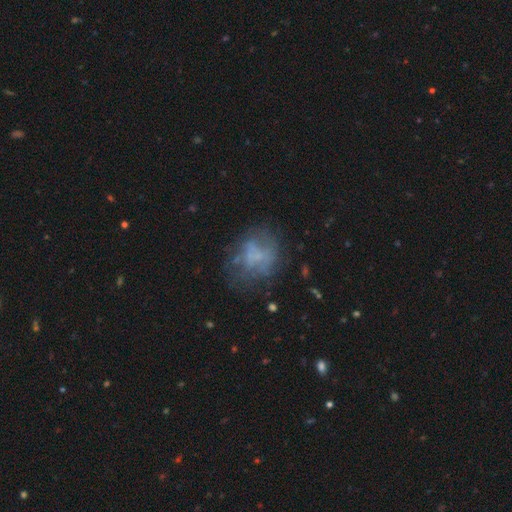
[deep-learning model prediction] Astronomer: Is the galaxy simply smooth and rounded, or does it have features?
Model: featured or disk — 47% (runner-up: smooth, 37%).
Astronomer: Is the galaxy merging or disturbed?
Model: none — 54%.